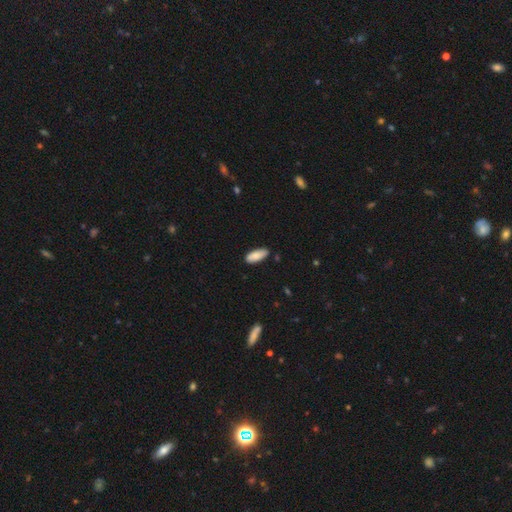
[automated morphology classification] smooth-or-featured: smooth: 86% | featured or disk: 8% | star or artifact: 6%
  how-rounded: in between: 80% | cigar-shaped: 18% | round: 2%
  merging: none: 82% | minor disturbance: 15% | major disturbance: 2% | merger: 1%